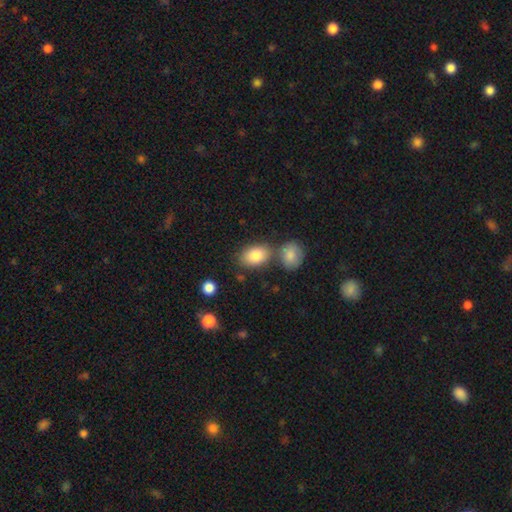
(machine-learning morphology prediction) This is clearly a smooth galaxy (83%). How rounded: clearly in between (84%). Merging: possibly none (59%).